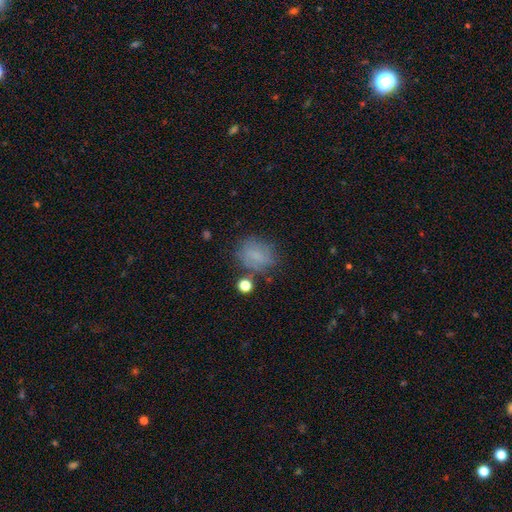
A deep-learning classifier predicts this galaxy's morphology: Smooth or featured: smooth — 66% (featured or disk — 20%)
How rounded: round — 53% (in between — 46%)
Merging: none — 66% (minor disturbance — 19%)